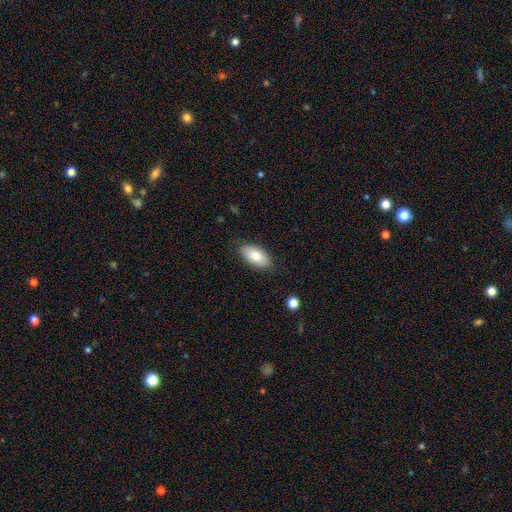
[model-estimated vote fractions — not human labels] Overall: smooth (78%). How rounded: in between (91%). Merging: none (83%).